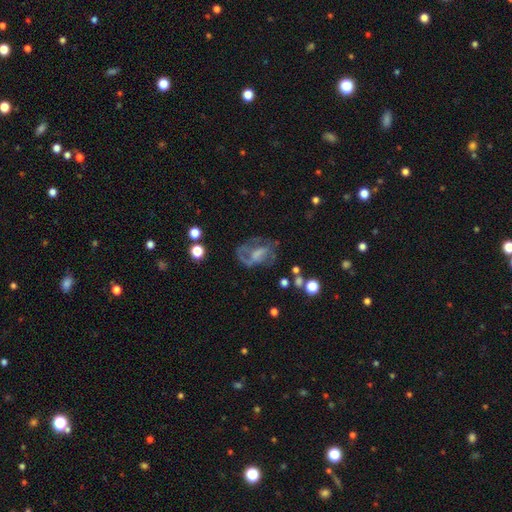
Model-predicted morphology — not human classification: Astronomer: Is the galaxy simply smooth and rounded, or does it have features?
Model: featured or disk — 67%.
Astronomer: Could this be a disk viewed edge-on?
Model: no — 95%.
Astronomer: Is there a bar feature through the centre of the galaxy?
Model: weak — 42%, tied with no at 42%.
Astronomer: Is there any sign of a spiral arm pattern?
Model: yes — 76%.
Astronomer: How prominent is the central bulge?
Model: small — 32% (runner-up: moderate, 30%).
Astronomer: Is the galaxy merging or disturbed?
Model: none — 54%.